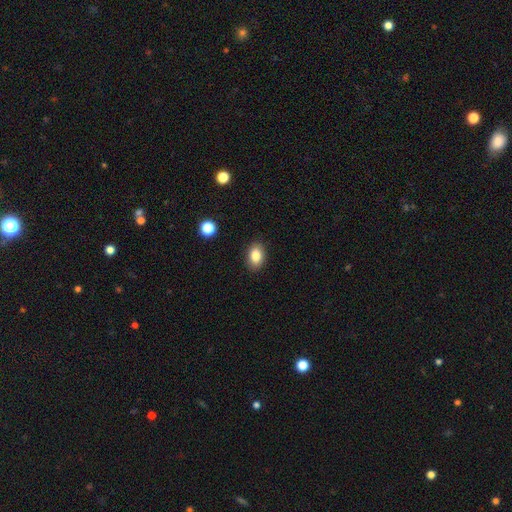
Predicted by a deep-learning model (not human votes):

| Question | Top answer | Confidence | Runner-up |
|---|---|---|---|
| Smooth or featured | smooth | 84% | star or artifact (9%) |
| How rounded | in between | 82% | round (17%) |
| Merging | none | 89% | minor disturbance (8%) |